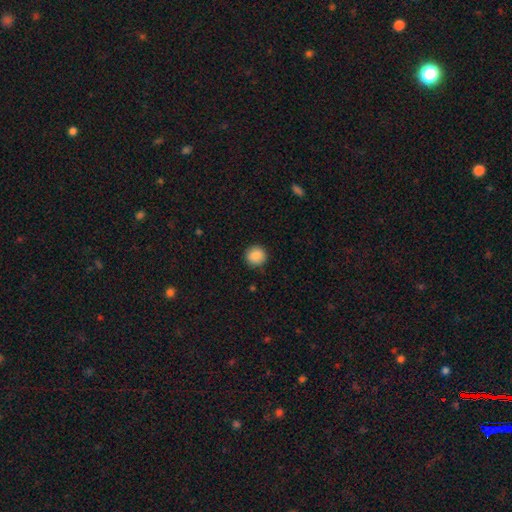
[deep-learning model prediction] Overall: smooth (88%). How rounded: round (93%). Merging: none (90%).